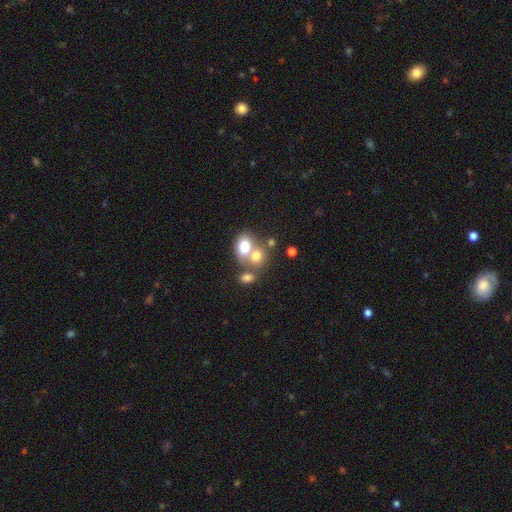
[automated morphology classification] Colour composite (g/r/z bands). It shows a smooth galaxy with no disk features (73%) that is in between round and cigar-shaped (57%). Merging: merger (55%).